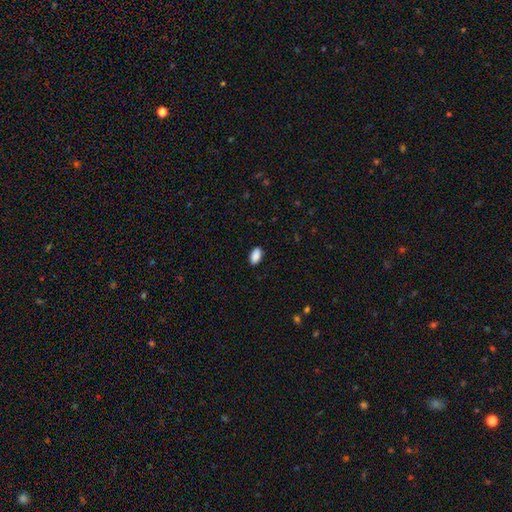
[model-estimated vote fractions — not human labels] Smooth or featured?
  - smooth: 90% *
  - star or artifact: 7%
  - featured or disk: 3%
How rounded?
  - in between: 94% *
  - round: 4%
  - cigar-shaped: 2%
Merging?
  - none: 88% *
  - minor disturbance: 9%
  - major disturbance: 2%
  - merger: 1%